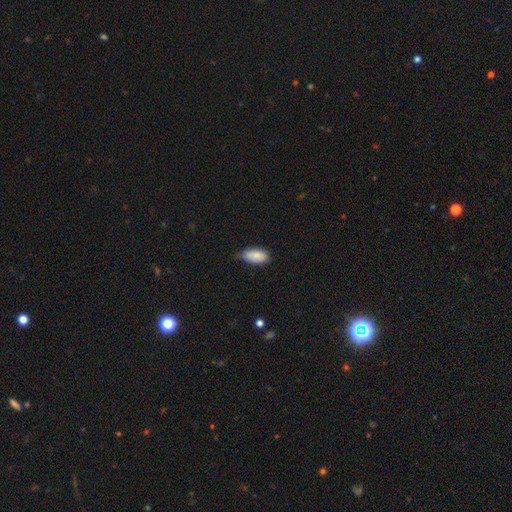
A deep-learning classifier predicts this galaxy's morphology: A smooth galaxy with no disk features (85%) that is in between round and cigar-shaped (92%). Merging: none (51%).